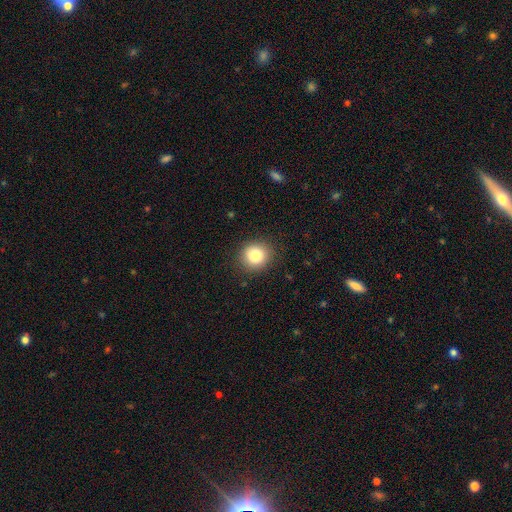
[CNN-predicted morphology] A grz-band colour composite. It shows a smooth galaxy with no disk features (82%) that is round (86%). Merging: none (88%).